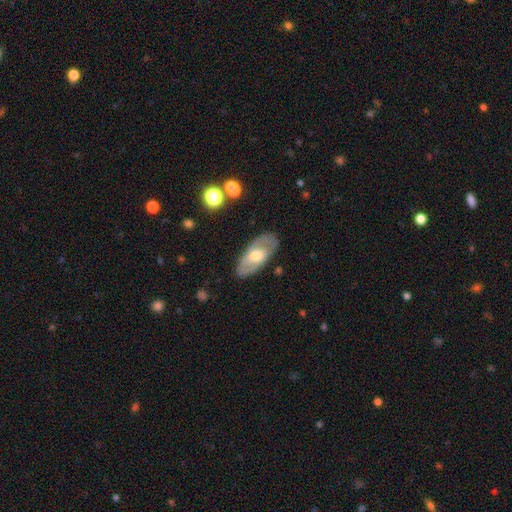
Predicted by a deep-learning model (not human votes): The model was most divided on "smooth or featured": featured or disk: 58%, smooth: 36%, star or artifact: 6%. More confident: edge-on disk — no (86%); merging — none (82%).